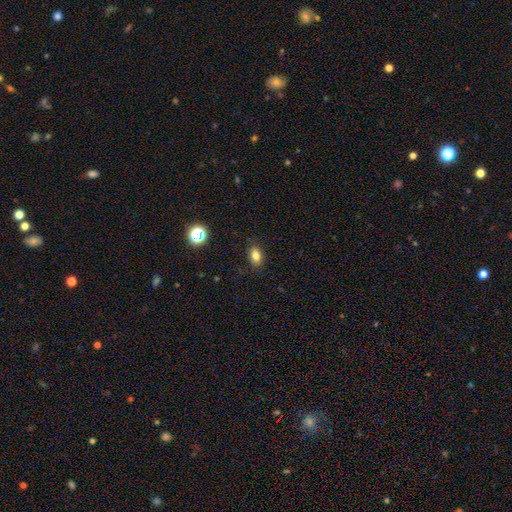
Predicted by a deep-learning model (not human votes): Smooth or featured? Predicted: smooth (p=0.80). How rounded? Predicted: in between (p=0.81). Merging? Predicted: none (p=0.85).